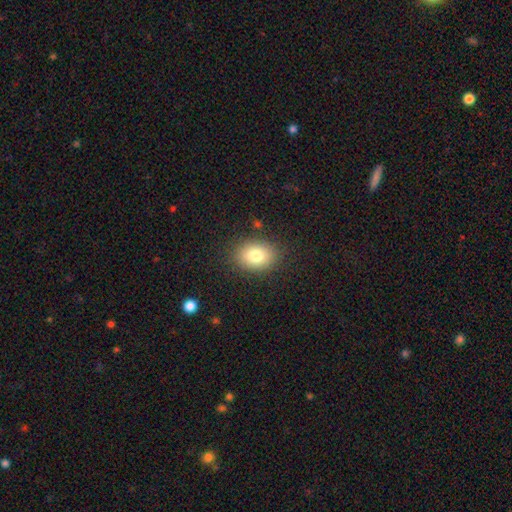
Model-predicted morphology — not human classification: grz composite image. It shows a smooth galaxy with no disk features (80%) that is in between round and cigar-shaped (66%). Merging: none (85%).